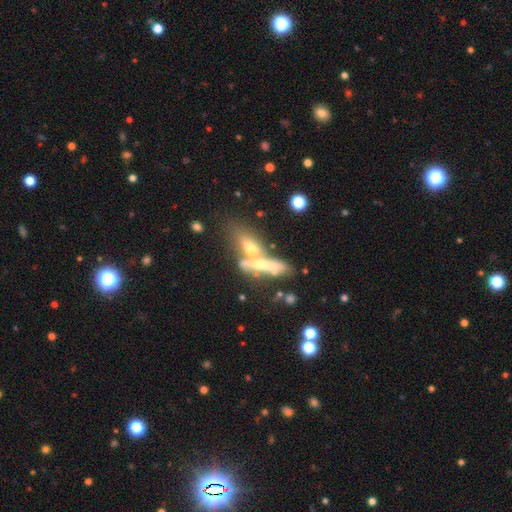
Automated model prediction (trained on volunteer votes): Smooth or featured: featured or disk — 54% (smooth — 35%)
Edge-on disk: yes — 66% (no — 34%)
Merging: merger — 51% (none — 32%)